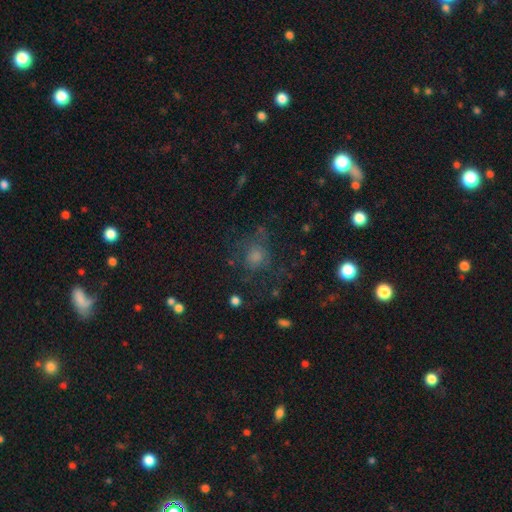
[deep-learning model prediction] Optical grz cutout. It shows a smooth galaxy with no disk features (62%) that is round (79%). Merging: none (60%).